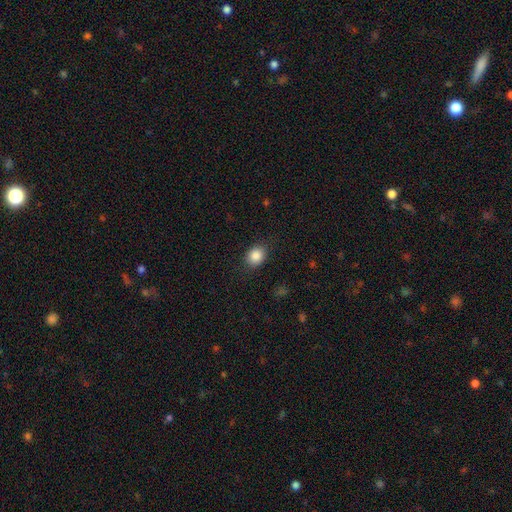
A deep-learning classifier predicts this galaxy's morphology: Smooth or featured? Predicted: smooth (p=0.86). How rounded? Predicted: round (p=0.57). Merging? Predicted: none (p=0.85).